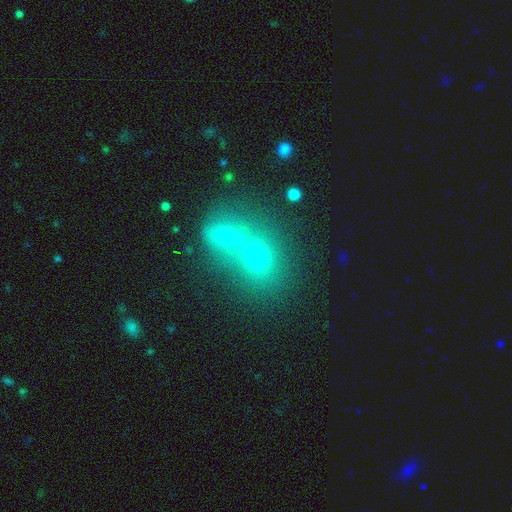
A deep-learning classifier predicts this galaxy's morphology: This is likely a smooth galaxy (65%). How rounded: possibly round (59%). Merging: possibly merger (47%).